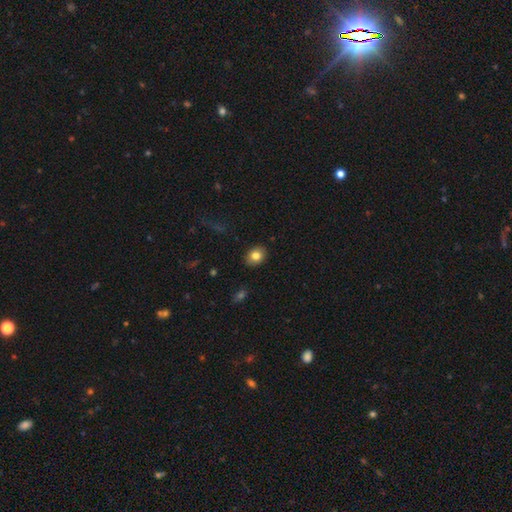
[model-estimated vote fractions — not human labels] Morphology: type=smooth (81%); roundness=in between (51%); merging=none (89%).